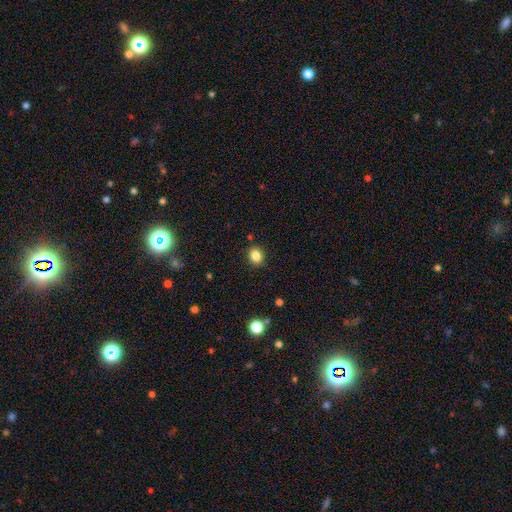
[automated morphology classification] Smooth or featured?
  - smooth: 84% *
  - star or artifact: 11%
  - featured or disk: 5%
How rounded?
  - round: 65% *
  - in between: 34%
  - cigar-shaped: 1%
Merging?
  - none: 87% *
  - minor disturbance: 9%
  - major disturbance: 2%
  - merger: 2%